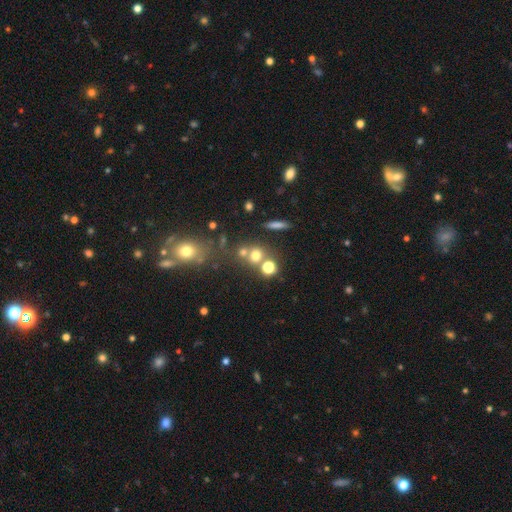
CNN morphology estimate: smooth 65%, star or artifact 21%, featured or disk 14%. Down the decision tree: how rounded — round (81%); merging — none (51%).